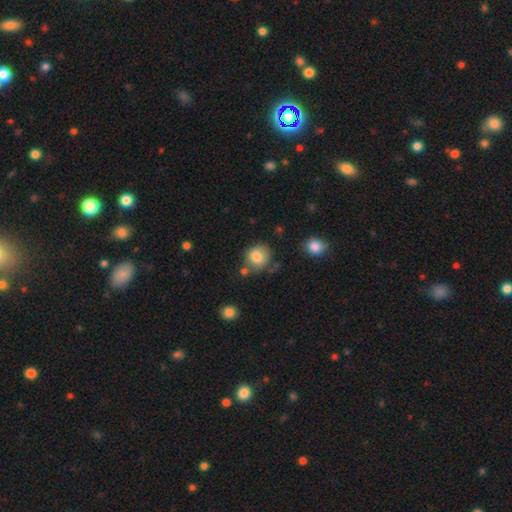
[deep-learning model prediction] A smooth galaxy with no disk features (82%) that is round (74%). Merging: none (66%).